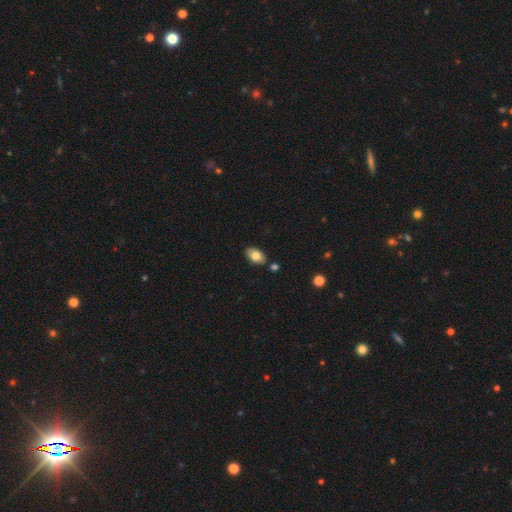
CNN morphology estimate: Q: Smooth or featured?
A: smooth (80%); runner-up: featured or disk (13%)
Q: How rounded?
A: in between (92%); runner-up: round (7%)
Q: Merging?
A: none (82%); runner-up: minor disturbance (11%)